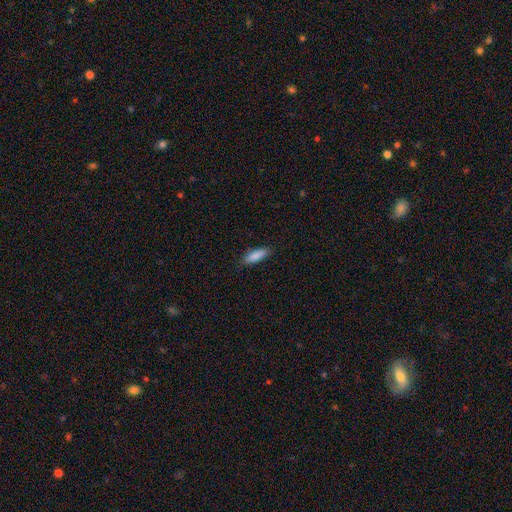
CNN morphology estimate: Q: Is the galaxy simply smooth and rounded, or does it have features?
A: smooth — 88%.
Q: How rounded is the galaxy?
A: in between — 52%.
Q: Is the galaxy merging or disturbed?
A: none — 87%.